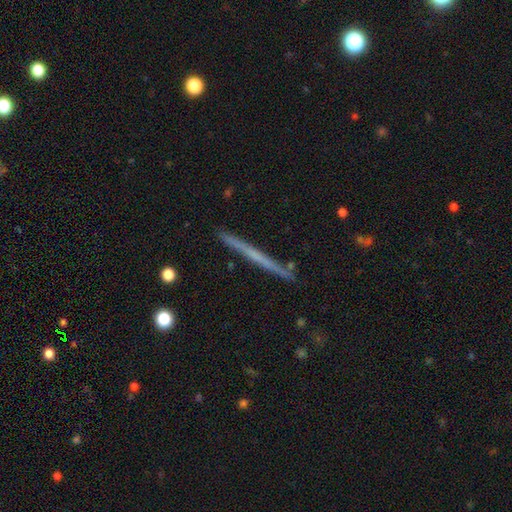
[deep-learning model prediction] Morphology: type=featured or disk (57%); edge-on=yes (98%); edge-on bulge=none (86%); merging=none (90%).